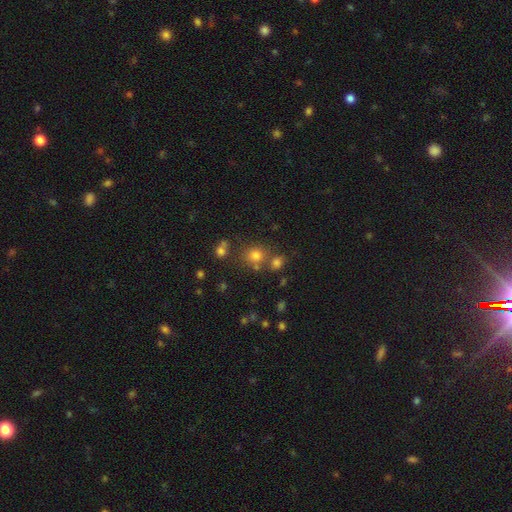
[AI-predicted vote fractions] smooth-or-featured: smooth: 71% | star or artifact: 20% | featured or disk: 9%
  how-rounded: round: 77% | in between: 22% | cigar-shaped: 1%
  merging: none: 65% | merger: 20% | minor disturbance: 11% | major disturbance: 4%